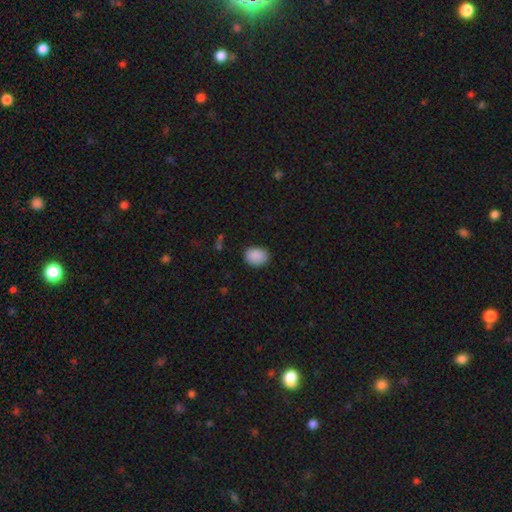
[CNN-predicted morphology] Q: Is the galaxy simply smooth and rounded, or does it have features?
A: smooth — 89%.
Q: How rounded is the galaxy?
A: in between — 62%.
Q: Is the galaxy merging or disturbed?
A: none — 86%.